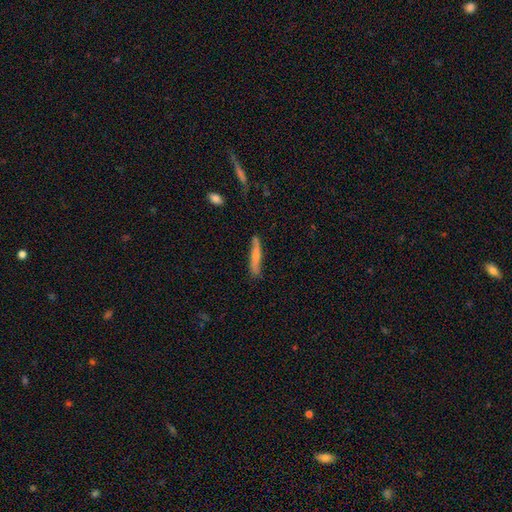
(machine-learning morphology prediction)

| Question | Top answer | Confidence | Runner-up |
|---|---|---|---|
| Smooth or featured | smooth | 60% | featured or disk (34%) |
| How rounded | cigar-shaped | 91% | in between (8%) |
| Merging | none | 77% | minor disturbance (18%) |